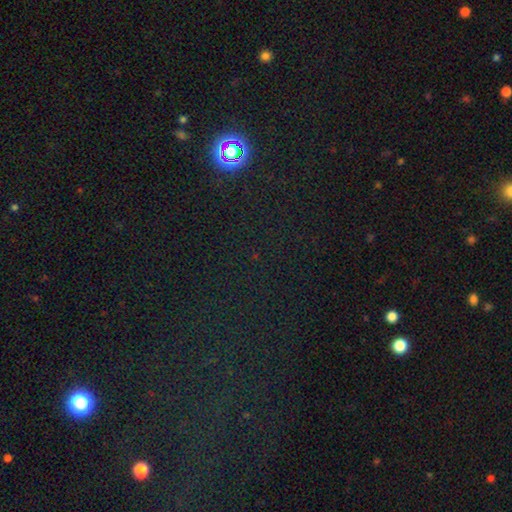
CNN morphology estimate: Overall: star or artifact (79%).